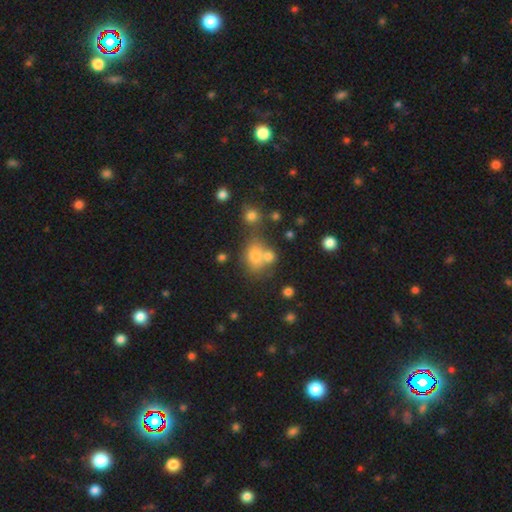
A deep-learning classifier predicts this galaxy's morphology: Smooth or featured? smooth (70%)
How rounded? round (51%)
Merging? none (43%)